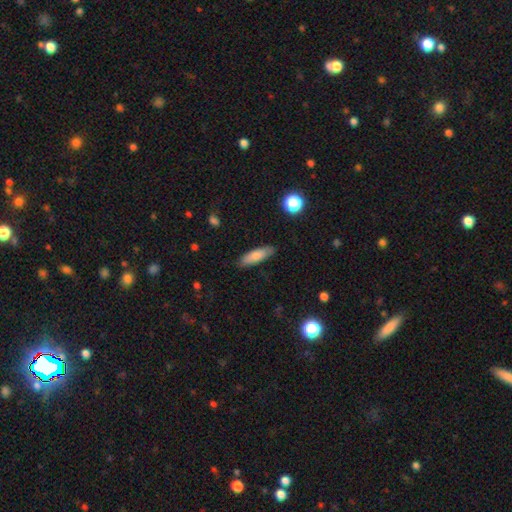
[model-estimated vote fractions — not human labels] Morphology: type=smooth (80%); roundness=cigar-shaped (54%); merging=none (85%).